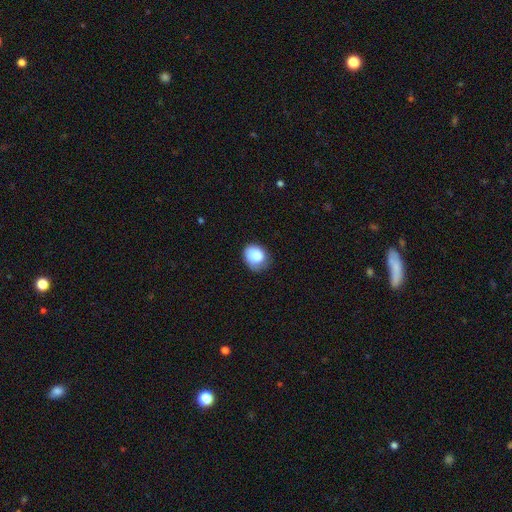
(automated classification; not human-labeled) A smooth galaxy with no disk features (83%) that is round (55%).

Vote fractions:
- Smooth or featured? smooth: 83% / featured or disk: 9% / star or artifact: 8%
- How rounded? round: 55% / in between: 44% / cigar-shaped: 1%
- Merging? none: 58% / minor disturbance: 32% / major disturbance: 8% / merger: 2%